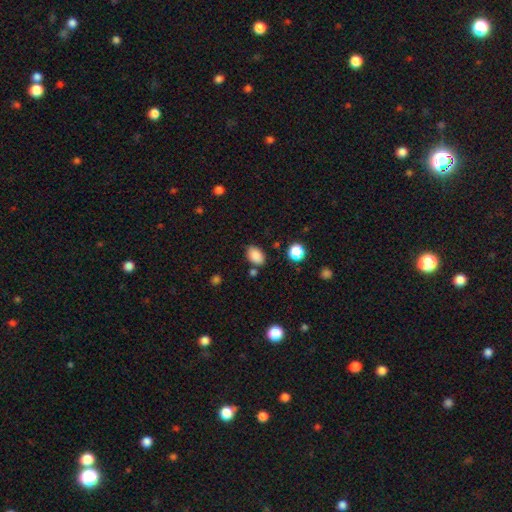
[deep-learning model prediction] A smooth galaxy with no disk features (86%) that is in between round and cigar-shaped (84%). Merging: none (78%).